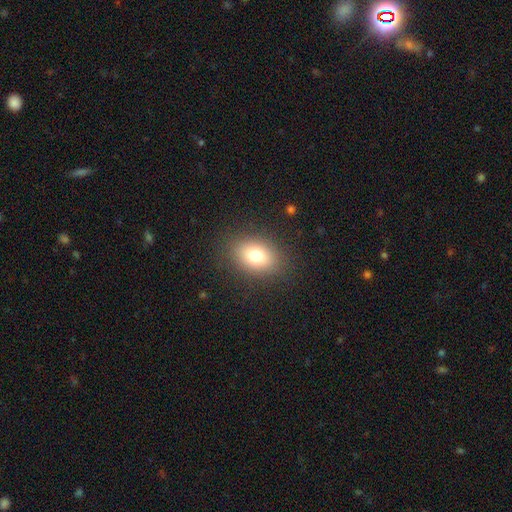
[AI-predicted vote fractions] Smooth or featured? Predicted: smooth (p=0.76). How rounded? Predicted: in between (p=0.71). Merging? Predicted: none (p=0.86).